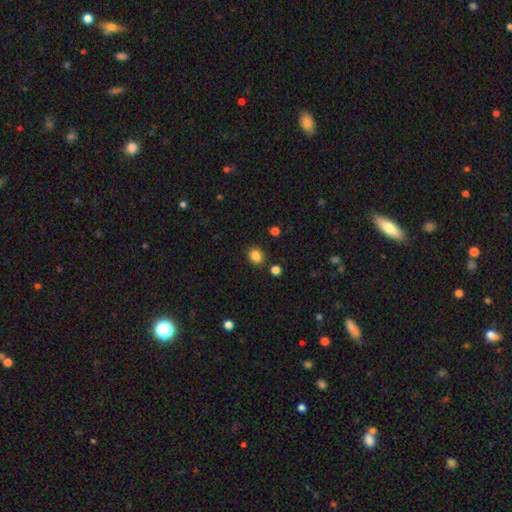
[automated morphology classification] smooth-or-featured: smooth: 84% | star or artifact: 11% | featured or disk: 5%
  how-rounded: round: 56% | in between: 44% | cigar-shaped: 1%
  merging: none: 86% | minor disturbance: 9% | merger: 3% | major disturbance: 3%